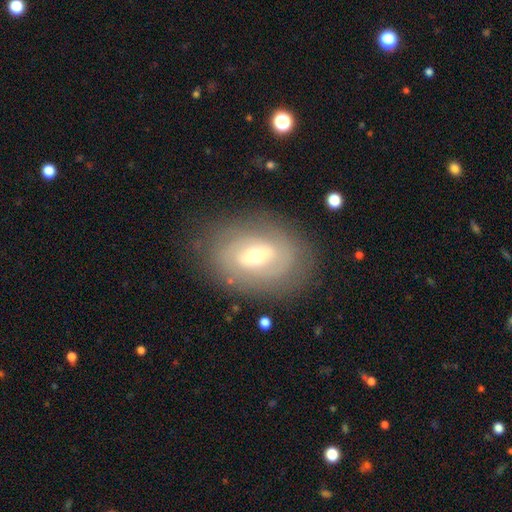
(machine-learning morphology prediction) The model was most divided on "bar": weak: 46%, no: 29%, strong: 24%. More confident: edge-on disk — no (94%); merging — none (79%); smooth or featured — featured or disk (66%); spiral arms — yes (61%); bulge size — moderate (57%).